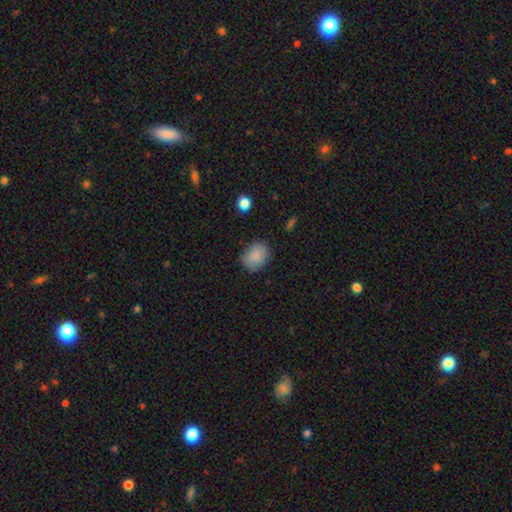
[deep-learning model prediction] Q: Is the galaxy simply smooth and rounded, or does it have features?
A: smooth — 86%.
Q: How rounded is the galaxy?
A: in between — 61%.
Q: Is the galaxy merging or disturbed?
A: none — 74%.